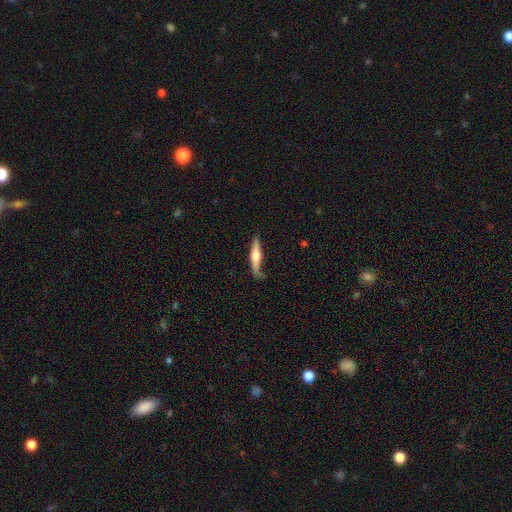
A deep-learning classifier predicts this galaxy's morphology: smooth-or-featured: featured or disk: 55% | smooth: 40% | star or artifact: 5%
  disk-edge-on: yes: 94% | no: 6%
    edge-on-bulge: rounded: 83% | boxy: 11% | none: 6%
  merging: none: 67% | minor disturbance: 24% | major disturbance: 6% | merger: 3%